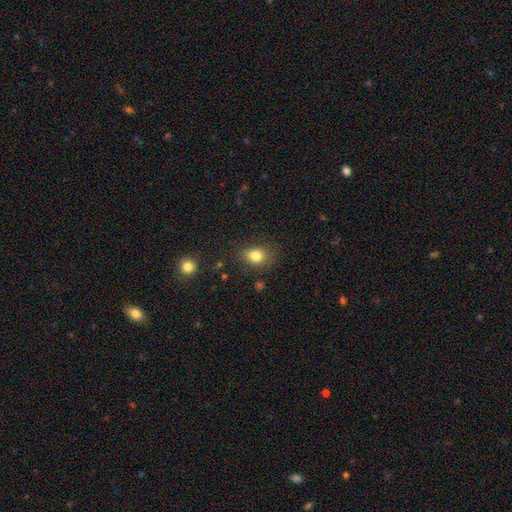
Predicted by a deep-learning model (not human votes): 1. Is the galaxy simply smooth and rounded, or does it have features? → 82% smooth, 11% star or artifact, 7% featured or disk.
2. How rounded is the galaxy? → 58% in between, 41% round, 1% cigar-shaped.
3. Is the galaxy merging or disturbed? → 70% none, 21% minor disturbance, 6% major disturbance, 3% merger.